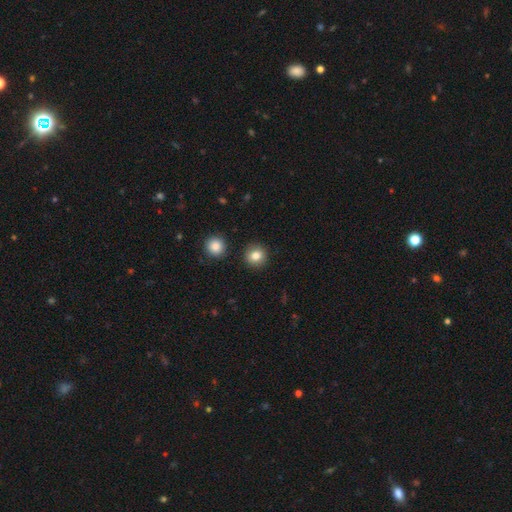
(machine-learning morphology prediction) smooth-or-featured: smooth: 83% | star or artifact: 10% | featured or disk: 7%
  how-rounded: round: 92% | in between: 7% | cigar-shaped: 1%
  merging: none: 90% | minor disturbance: 6% | merger: 2% | major disturbance: 2%